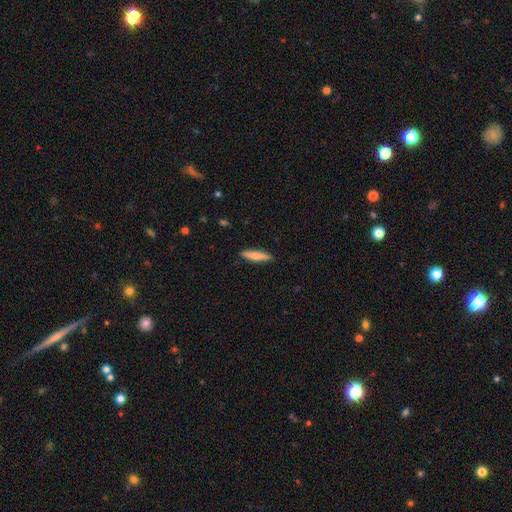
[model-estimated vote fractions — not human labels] smooth_or_featured: smooth (p=0.72) [alt: featured or disk p=0.23]
how_rounded: cigar-shaped (p=0.85) [alt: in between p=0.14]
merging: none (p=0.88) [alt: minor disturbance p=0.09]